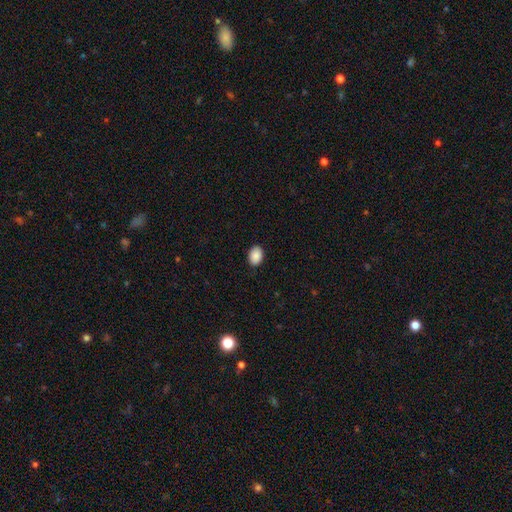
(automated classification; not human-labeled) Overall: smooth (90%). How rounded: in between (77%). Merging: none (89%).